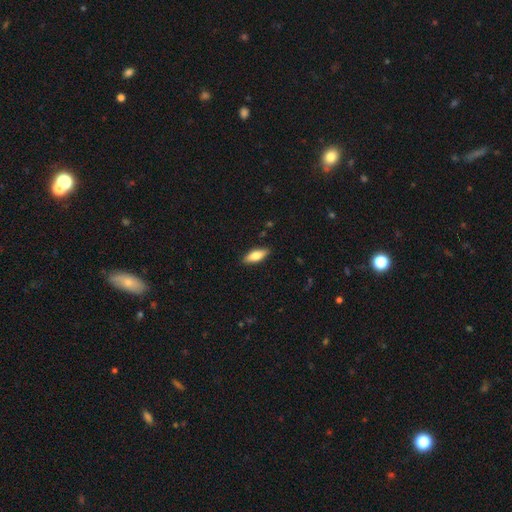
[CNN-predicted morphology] This appears to be a smooth galaxy with no disk features (75%) that is in between round and cigar-shaped (69%). Merging: none (87%).